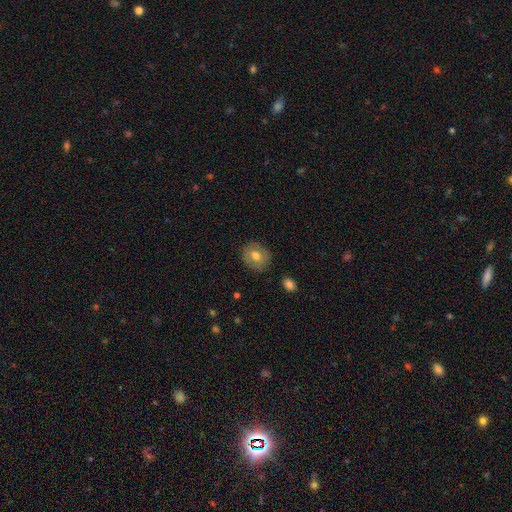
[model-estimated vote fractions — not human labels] Smooth or featured? smooth (69%)
How rounded? round (77%)
Merging? none (86%)